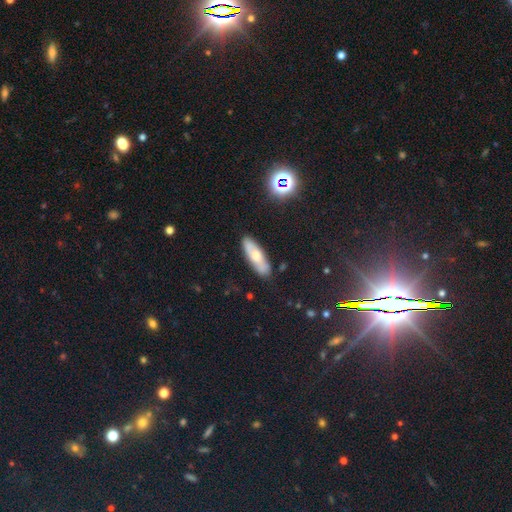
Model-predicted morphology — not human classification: Smooth or featured: smooth — 53% (featured or disk — 39%)
How rounded: in between — 57% (cigar-shaped — 41%)
Merging: none — 83% (minor disturbance — 12%)